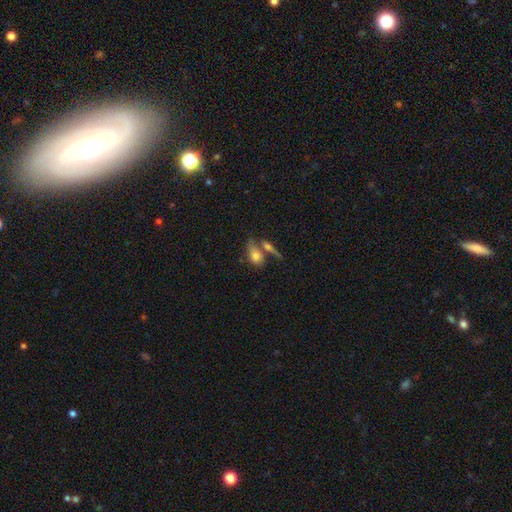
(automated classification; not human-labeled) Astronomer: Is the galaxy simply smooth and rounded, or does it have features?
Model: smooth — 67%.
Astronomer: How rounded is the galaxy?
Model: in between — 73%.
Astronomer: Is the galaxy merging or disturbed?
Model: merger — 41% (runner-up: none, 37%).